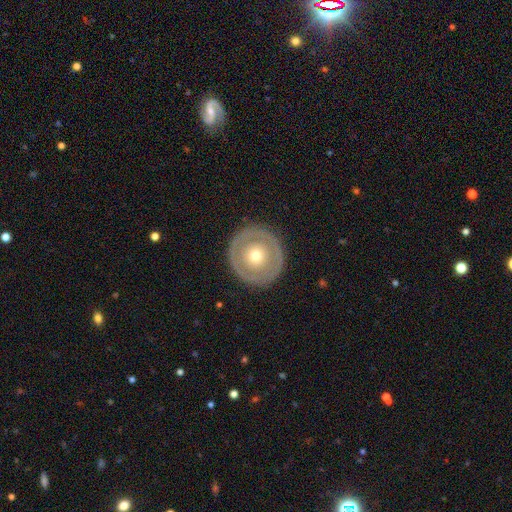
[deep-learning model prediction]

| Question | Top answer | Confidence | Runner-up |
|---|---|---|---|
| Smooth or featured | featured or disk | 53% | smooth (41%) |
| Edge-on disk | no | 95% | yes (5%) |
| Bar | no | 92% | weak (6%) |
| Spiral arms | no | 90% | yes (10%) |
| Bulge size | moderate | 58% | small (35%) |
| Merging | none | 87% | minor disturbance (8%) |